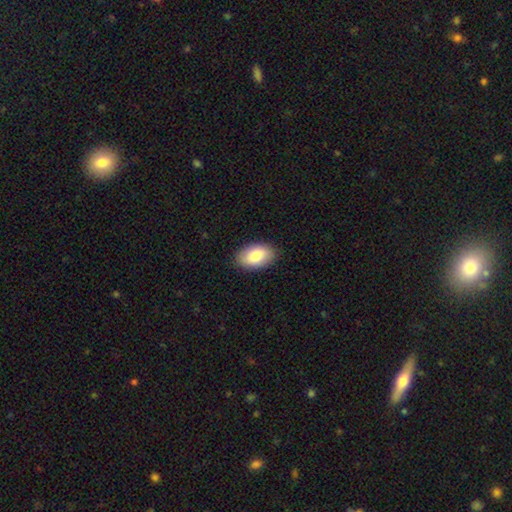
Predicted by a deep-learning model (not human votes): This appears to be a smooth galaxy with no disk features (83%) that is in between round and cigar-shaped (93%). Merging: none (88%).